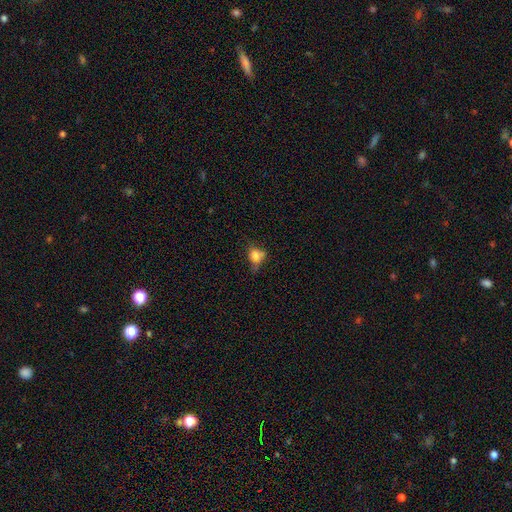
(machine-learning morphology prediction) Smooth or featured?
  - smooth: 74% *
  - featured or disk: 13%
  - star or artifact: 12%
How rounded?
  - round: 52% *
  - in between: 46%
  - cigar-shaped: 2%
Merging?
  - none: 39% *
  - minor disturbance: 30%
  - major disturbance: 16%
  - merger: 15%